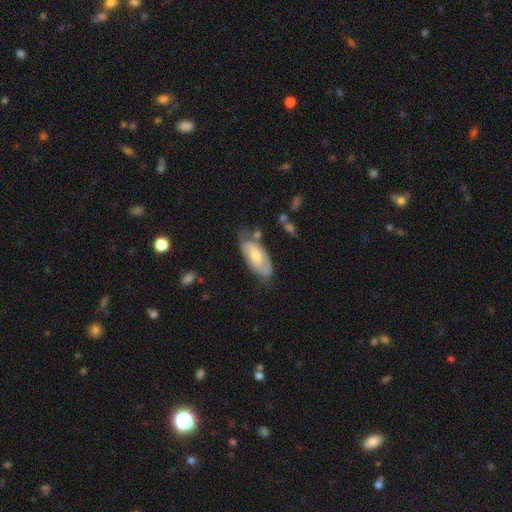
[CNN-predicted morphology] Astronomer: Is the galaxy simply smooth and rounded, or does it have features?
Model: smooth — 55% (runner-up: featured or disk, 39%).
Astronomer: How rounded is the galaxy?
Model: in between — 88%.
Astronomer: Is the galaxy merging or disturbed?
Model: none — 57%.